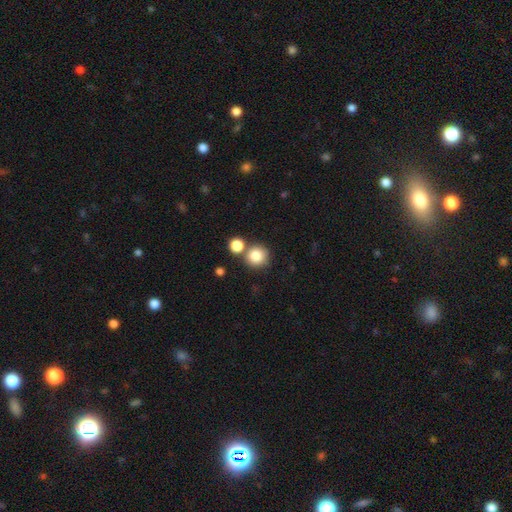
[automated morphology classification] Q: Smooth or featured?
A: smooth (83%); runner-up: star or artifact (10%)
Q: How rounded?
A: round (92%); runner-up: in between (7%)
Q: Merging?
A: none (67%); runner-up: merger (21%)